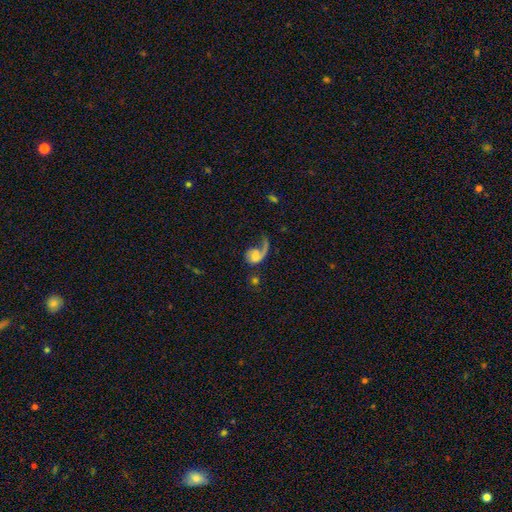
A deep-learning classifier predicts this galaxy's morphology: A featured or disk galaxy (61%) with no bar (72%), 1 (87%) loose (71%) spiral arms (85%) and a small central bulge (32%).

Vote fractions:
- Smooth or featured? featured or disk: 61% / smooth: 30% / star or artifact: 9%
- Edge-on disk? no: 97% / yes: 3%
- Bar? no: 72% / weak: 23% / strong: 5%
- Spiral arms? yes: 85% / no: 15%
- Spiral winding? loose: 71% / medium: 21% / tight: 8%
- Spiral arm count? 1: 87% / 2: 7% / can't tell: 3% / 3: 1% / more than 4: 1% / 4: 1%
- Bulge size? small: 32% / none: 28% / moderate: 25% / large: 11% / dominant: 5%
- Merging? major disturbance: 47% / none: 31% / minor disturbance: 14% / merger: 8%